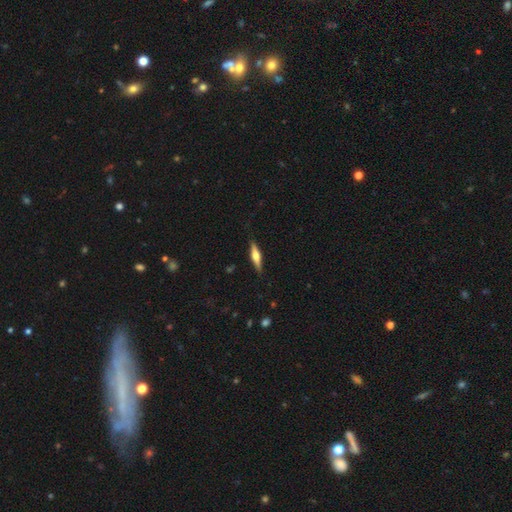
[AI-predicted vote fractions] Smooth or featured? featured or disk (58%)
Edge-on disk? yes (96%)
Edge-on bulge? rounded (88%)
Merging? none (89%)